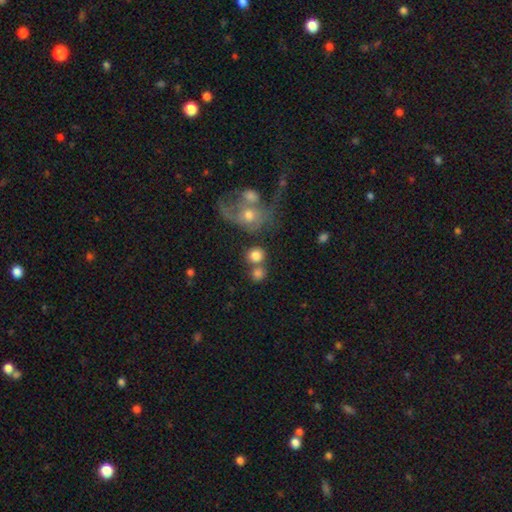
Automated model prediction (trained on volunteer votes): Morphology: type=smooth (79%); roundness=round (85%); merging=none (48%).